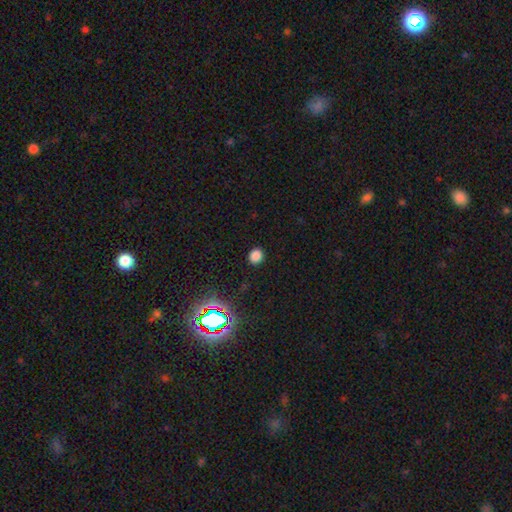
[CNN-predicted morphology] smooth-or-featured: smooth: 81% | star or artifact: 16% | featured or disk: 4%
  how-rounded: round: 83% | in between: 16% | cigar-shaped: 1%
  merging: none: 91% | minor disturbance: 6% | major disturbance: 2% | merger: 1%